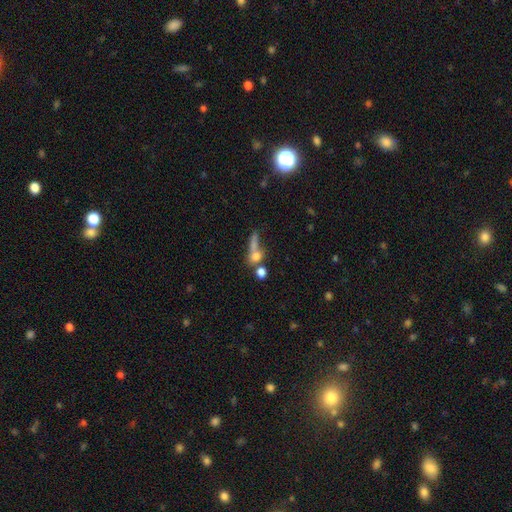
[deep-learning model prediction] The model was most divided on "merging": none: 39%, merger: 35%, major disturbance: 14%, minor disturbance: 12%. Remaining: smooth or featured — smooth (52%); how rounded — round (44%).